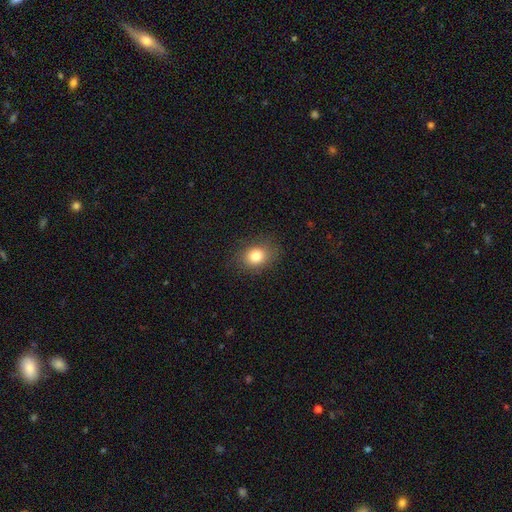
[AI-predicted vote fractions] A smooth galaxy with no disk features (80%) that is in between round and cigar-shaped (55%).

Vote fractions:
- Smooth or featured? smooth: 80% / star or artifact: 11% / featured or disk: 9%
- How rounded? in between: 55% / round: 44% / cigar-shaped: 1%
- Merging? none: 85% / minor disturbance: 11% / major disturbance: 4% / merger: 1%